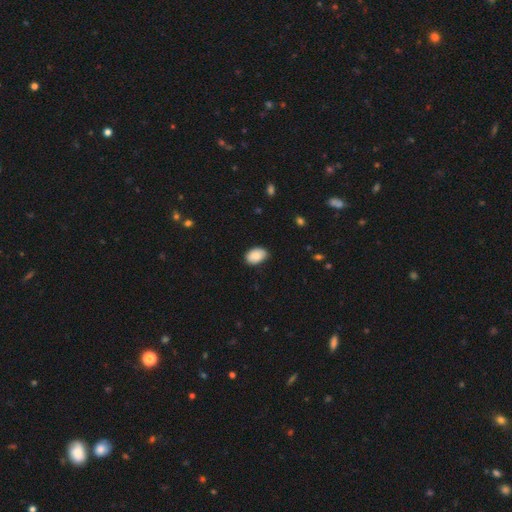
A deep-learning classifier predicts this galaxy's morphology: This is clearly a smooth galaxy (88%). How rounded: clearly in between (88%). Merging: likely none (79%).